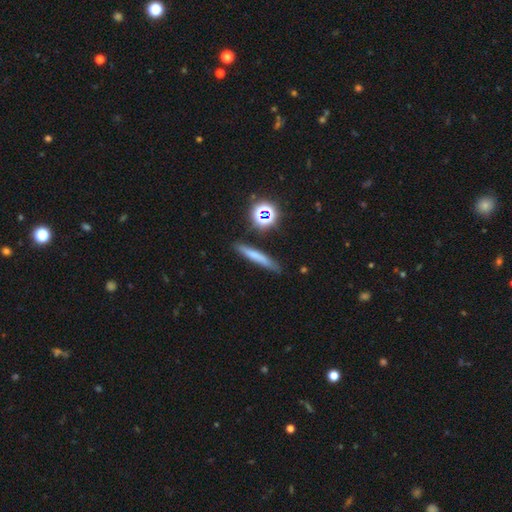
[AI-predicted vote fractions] smooth_or_featured: smooth (p=0.63) [alt: featured or disk p=0.24]
how_rounded: cigar-shaped (p=0.90) [alt: in between p=0.06]
merging: none (p=0.84) [alt: minor disturbance p=0.10]